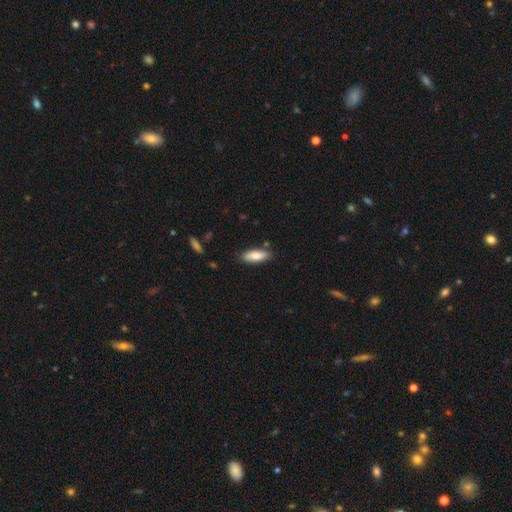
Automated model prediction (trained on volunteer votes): smooth-or-featured: smooth: 82% | featured or disk: 12% | star or artifact: 6%
  how-rounded: in between: 66% | cigar-shaped: 32% | round: 2%
  merging: none: 82% | minor disturbance: 13% | merger: 3% | major disturbance: 2%